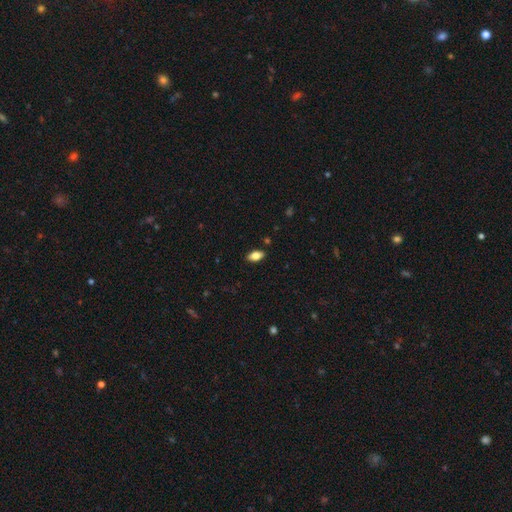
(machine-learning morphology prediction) A smooth galaxy with no disk features (80%) that is in between round and cigar-shaped (90%). Merging: none (88%).